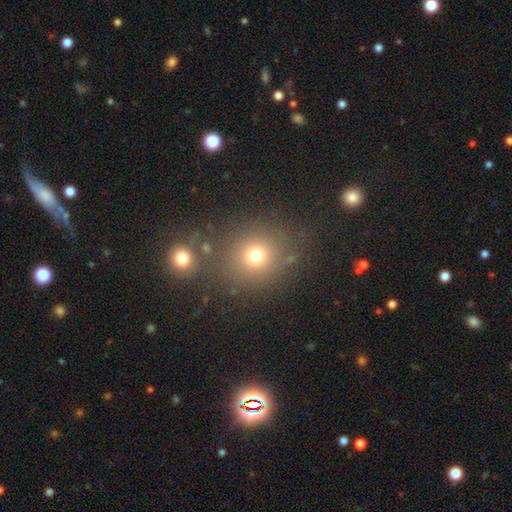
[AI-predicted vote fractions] smooth-or-featured: smooth: 71% | star or artifact: 19% | featured or disk: 10%
  how-rounded: round: 84% | in between: 15% | cigar-shaped: 1%
  merging: none: 74% | merger: 10% | minor disturbance: 10% | major disturbance: 5%